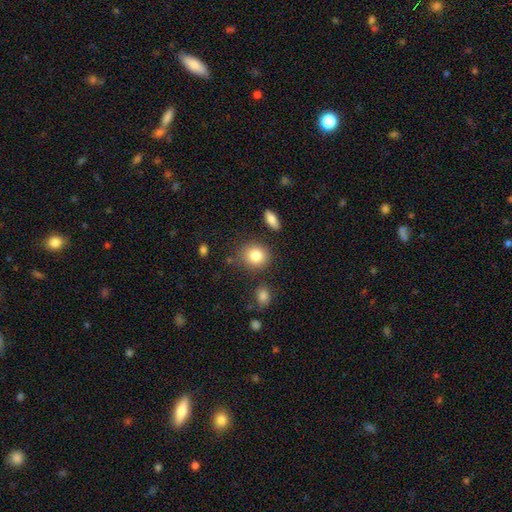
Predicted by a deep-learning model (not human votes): smooth_or_featured: smooth (p=0.84) [alt: star or artifact p=0.09]
how_rounded: round (p=0.78) [alt: in between p=0.21]
merging: none (p=0.80) [alt: minor disturbance p=0.12]